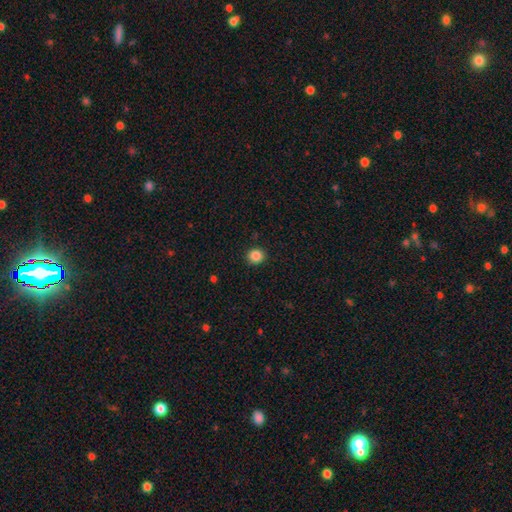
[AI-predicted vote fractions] Overall: smooth (86%). How rounded: round (85%). Merging: none (91%).